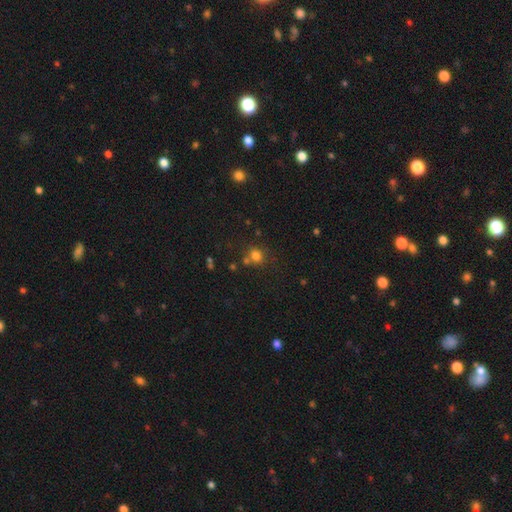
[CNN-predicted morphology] A smooth galaxy with no disk features (74%) that is round (68%).

Vote fractions:
- Smooth or featured? smooth: 74% / star or artifact: 18% / featured or disk: 8%
- How rounded? round: 68% / in between: 31% / cigar-shaped: 1%
- Merging? none: 60% / merger: 23% / minor disturbance: 12% / major disturbance: 5%